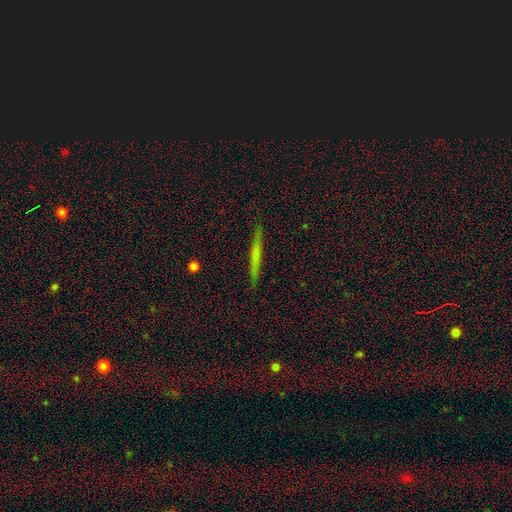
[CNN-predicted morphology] This is possibly a smooth galaxy (52%). How rounded: clearly cigar-shaped (95%). Merging: clearly none (91%).